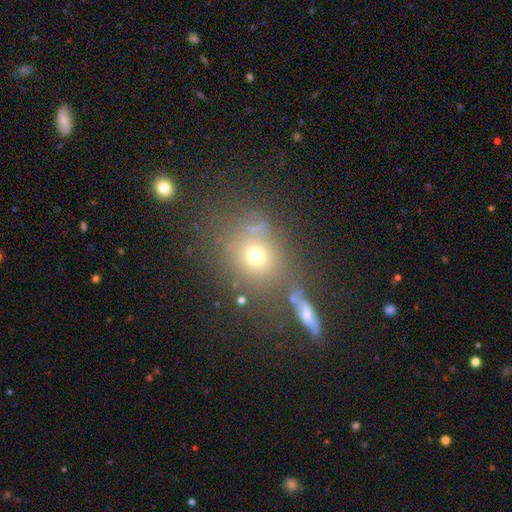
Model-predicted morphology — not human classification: smooth-or-featured: smooth: 66% | star or artifact: 19% | featured or disk: 15%
  how-rounded: round: 72% | in between: 26% | cigar-shaped: 2%
  merging: none: 63% | minor disturbance: 14% | merger: 14% | major disturbance: 9%